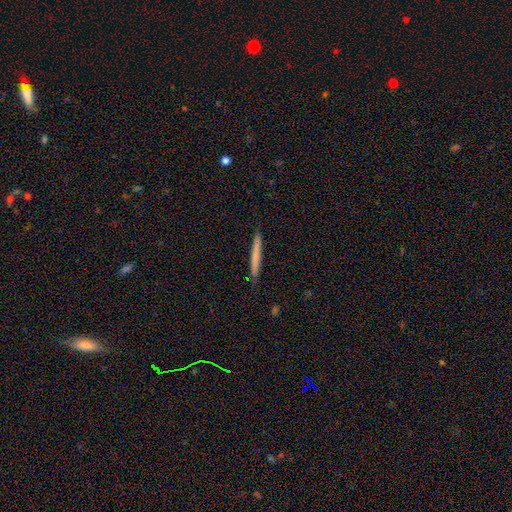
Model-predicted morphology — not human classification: Smooth or featured: smooth — 62% (featured or disk — 32%)
How rounded: cigar-shaped — 97% (in between — 2%)
Merging: none — 91% (minor disturbance — 7%)